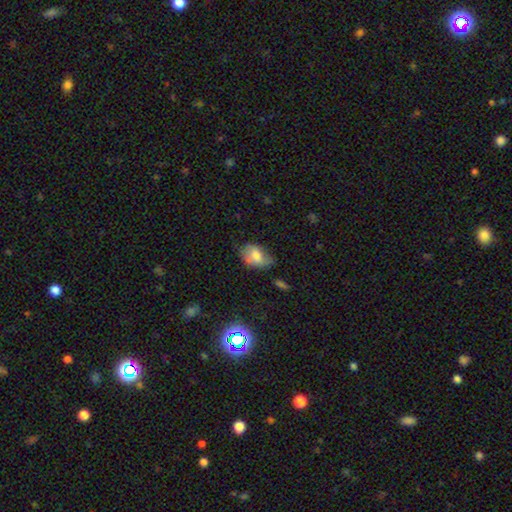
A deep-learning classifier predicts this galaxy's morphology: Overall: smooth (71%). How rounded: in between (83%). Merging: none (51%; minor disturbance 35%).